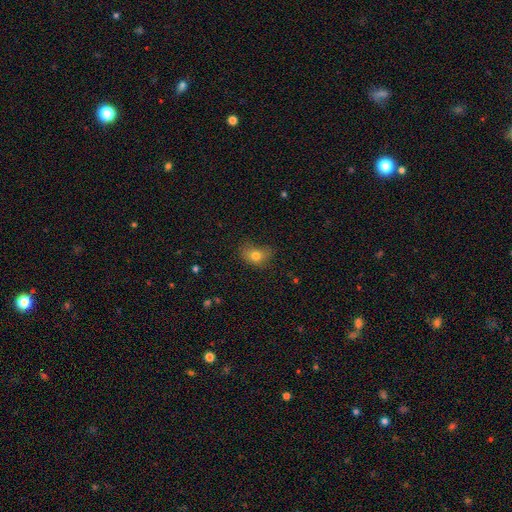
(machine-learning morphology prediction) This is likely a smooth galaxy (76%). How rounded: likely in between (61%). Merging: possibly none (50%).